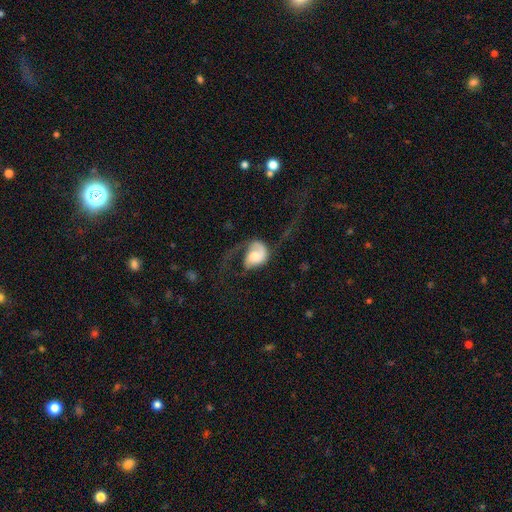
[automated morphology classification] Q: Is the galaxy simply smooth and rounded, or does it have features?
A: featured or disk — 62%.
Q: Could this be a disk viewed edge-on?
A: no — 97%.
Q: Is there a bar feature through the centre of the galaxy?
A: no — 71%.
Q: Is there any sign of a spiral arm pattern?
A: yes — 84%.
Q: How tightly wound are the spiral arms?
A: loose — 58%.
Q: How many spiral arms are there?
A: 1 — 56%.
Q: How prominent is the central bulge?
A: moderate — 51%.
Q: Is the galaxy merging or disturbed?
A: major disturbance — 51%.